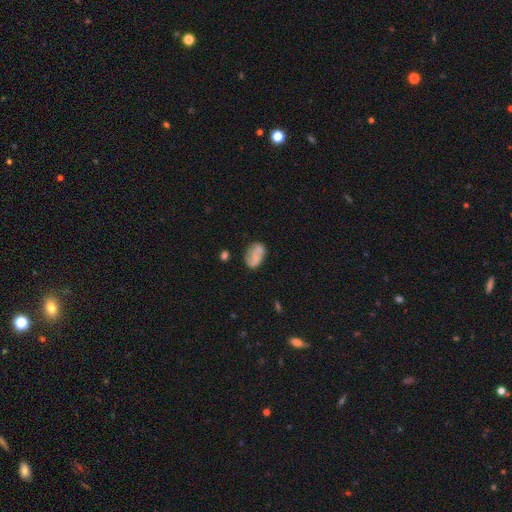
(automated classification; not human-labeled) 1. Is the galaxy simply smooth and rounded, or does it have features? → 59% smooth, 32% featured or disk, 9% star or artifact.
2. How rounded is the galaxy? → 85% in between, 14% round, 2% cigar-shaped.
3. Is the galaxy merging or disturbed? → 60% none, 25% minor disturbance, 8% major disturbance, 7% merger.